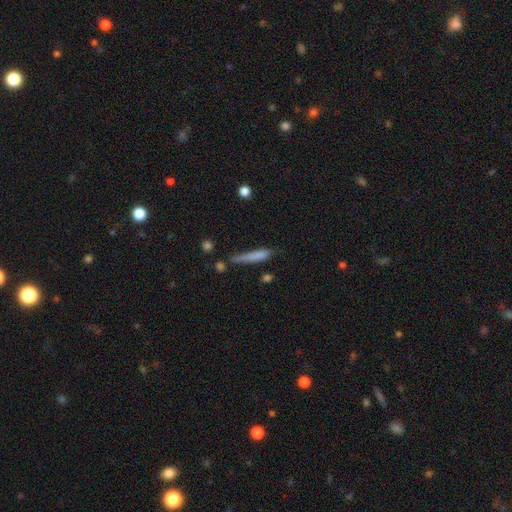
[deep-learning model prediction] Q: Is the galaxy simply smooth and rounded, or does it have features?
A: smooth — 74%.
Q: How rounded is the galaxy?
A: cigar-shaped — 90%.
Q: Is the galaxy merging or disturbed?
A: none — 53%.